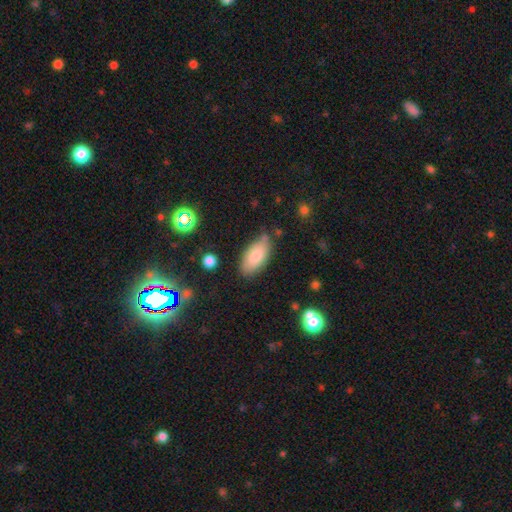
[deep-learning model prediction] The model was most divided on "merging": none: 74%, minor disturbance: 18%, merger: 4%, major disturbance: 4%. More confident: how rounded — in between (92%); smooth or featured — smooth (81%).